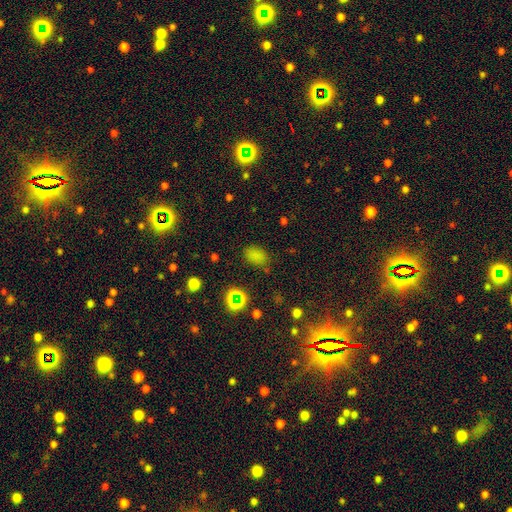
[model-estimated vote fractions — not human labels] Overall: smooth (72%). How rounded: in between (84%). Merging: none (74%).